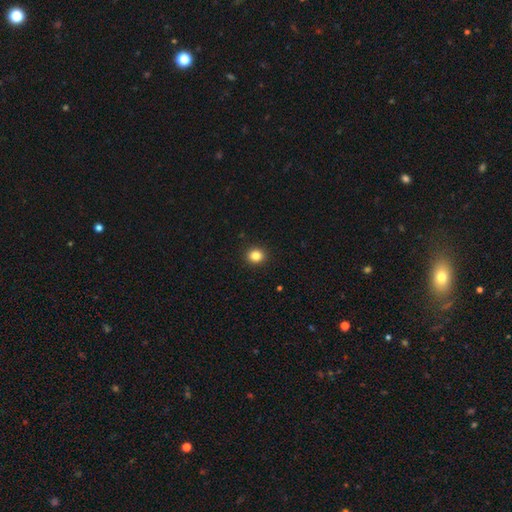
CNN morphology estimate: Smooth or featured: smooth — 85% (star or artifact — 11%)
How rounded: round — 85% (in between — 14%)
Merging: none — 93% (minor disturbance — 5%)